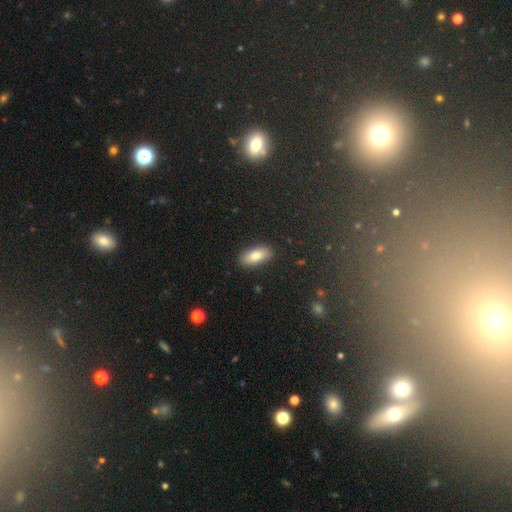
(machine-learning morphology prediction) Q: Smooth or featured?
A: smooth (81%); runner-up: featured or disk (12%)
Q: How rounded?
A: in between (86%); runner-up: cigar-shaped (11%)
Q: Merging?
A: none (87%); runner-up: minor disturbance (9%)